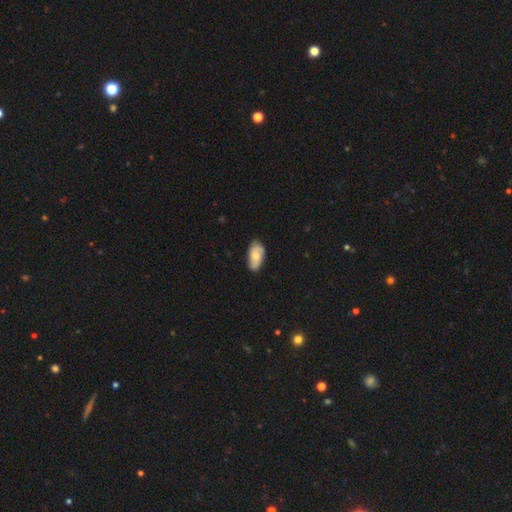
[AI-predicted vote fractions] The model was most divided on "smooth or featured": smooth: 61%, featured or disk: 32%, star or artifact: 6%. More confident: how rounded — in between (93%); merging — none (74%).